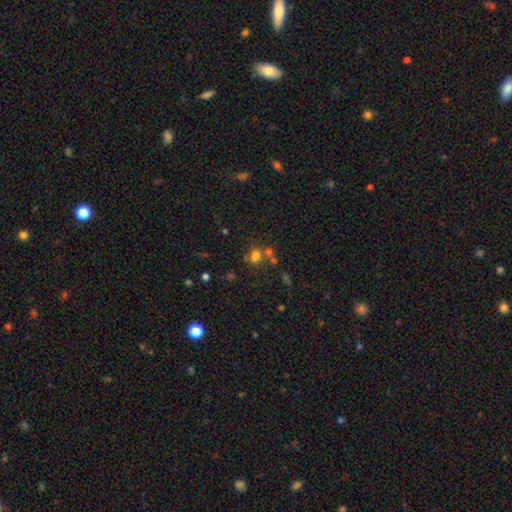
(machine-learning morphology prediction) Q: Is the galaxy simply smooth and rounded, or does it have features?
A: smooth — 61%.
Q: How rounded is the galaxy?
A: round — 58%.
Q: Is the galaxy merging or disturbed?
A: none — 46%.